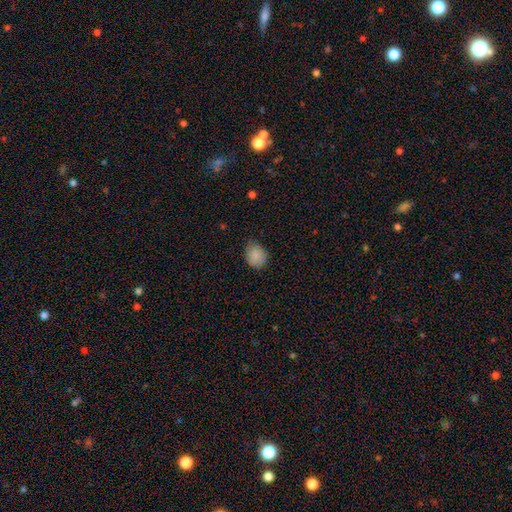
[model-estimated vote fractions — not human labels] This is clearly a smooth galaxy (87%). How rounded: possibly round (57%). Merging: likely none (69%).